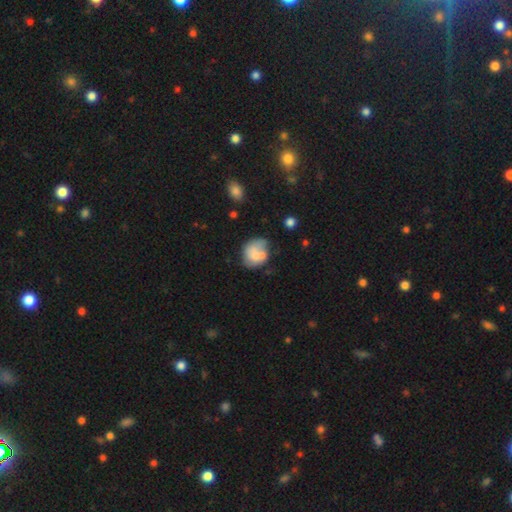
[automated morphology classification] Smooth or featured? smooth (64%)
How rounded? round (60%)
Merging? none (36%)